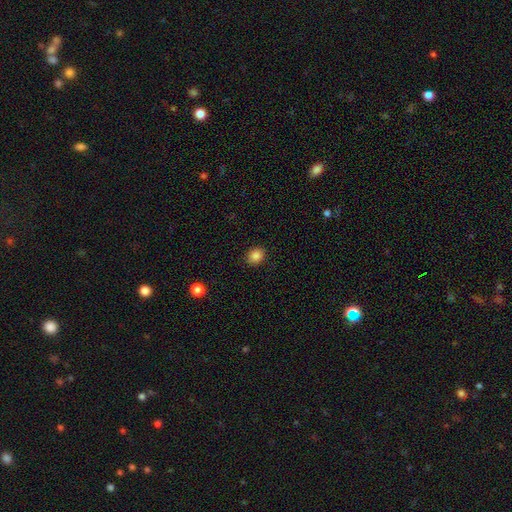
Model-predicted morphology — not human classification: The model was most divided on "how rounded": round: 59%, in between: 40%, cigar-shaped: 1%. More confident: merging — none (89%); smooth or featured — smooth (85%).